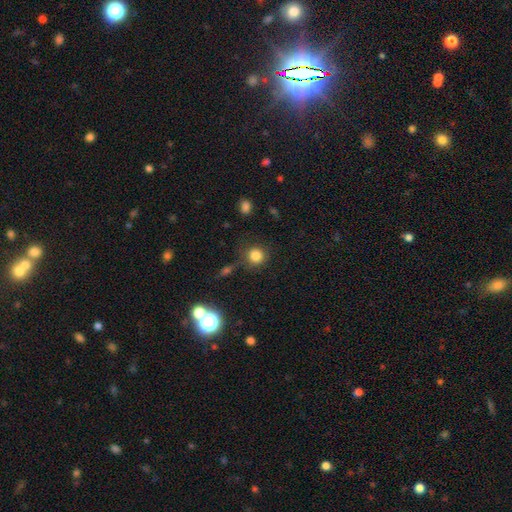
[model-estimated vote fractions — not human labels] Smooth or featured? smooth (81%)
How rounded? round (91%)
Merging? none (78%)